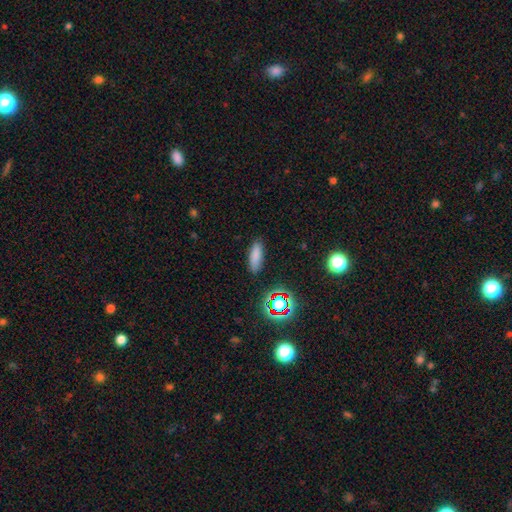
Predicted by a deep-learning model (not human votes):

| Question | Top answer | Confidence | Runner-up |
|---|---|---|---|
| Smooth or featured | smooth | 79% | star or artifact (14%) |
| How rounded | in between | 58% | cigar-shaped (39%) |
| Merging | none | 87% | minor disturbance (9%) |